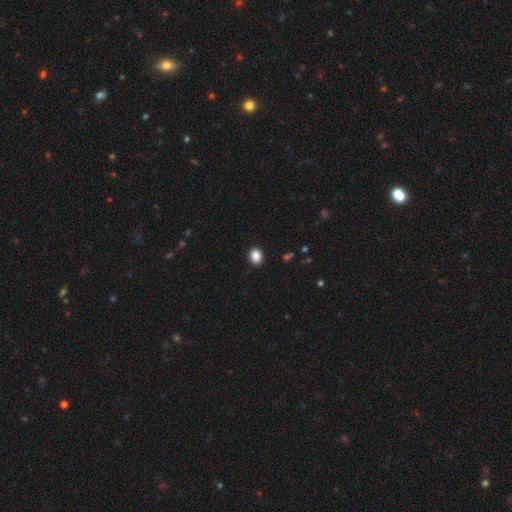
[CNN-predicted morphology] smooth_or_featured: smooth (p=0.87) [alt: star or artifact p=0.09]
how_rounded: round (p=0.52) [alt: in between p=0.47]
merging: none (p=0.91) [alt: minor disturbance p=0.06]